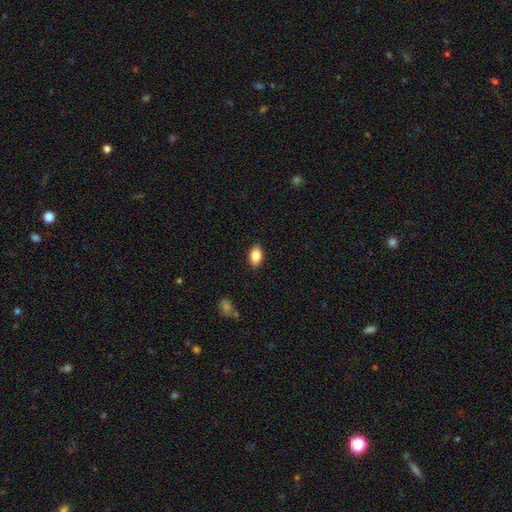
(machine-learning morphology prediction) smooth-or-featured: smooth: 86% | star or artifact: 8% | featured or disk: 7%
  how-rounded: in between: 91% | round: 7% | cigar-shaped: 2%
  merging: none: 88% | minor disturbance: 9% | major disturbance: 2% | merger: 1%